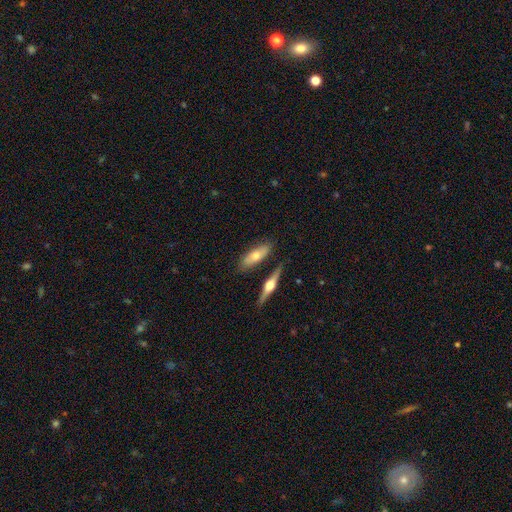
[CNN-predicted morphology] The model was most divided on "smooth or featured": smooth: 55%, featured or disk: 39%, star or artifact: 6%. More confident: merging — none (74%); how rounded — in between (59%).